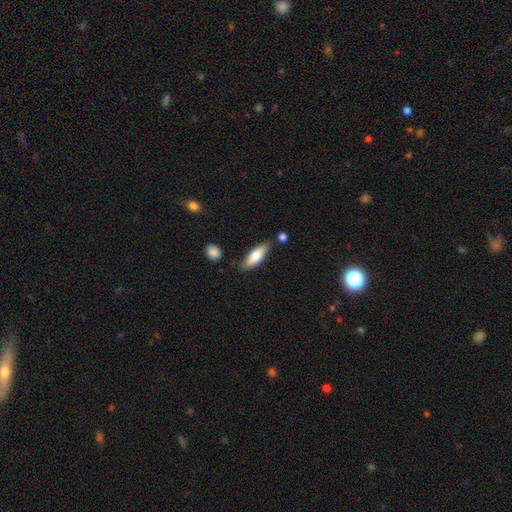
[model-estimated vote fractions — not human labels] Overall: smooth (71%). How rounded: in between (59%; cigar-shaped 39%). Merging: none (77%).